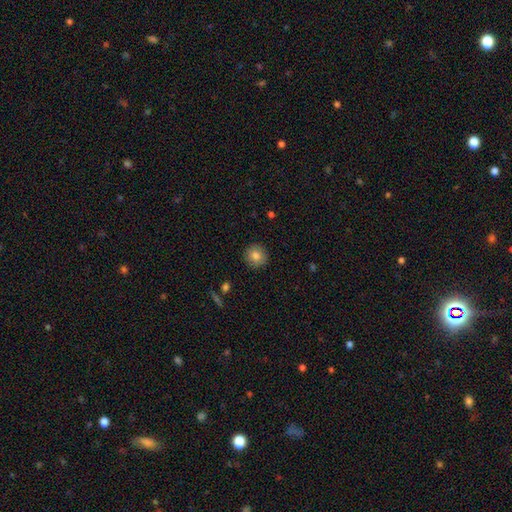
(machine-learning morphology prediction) The model was most divided on "smooth or featured": smooth: 82%, featured or disk: 9%, star or artifact: 9%. More confident: how rounded — round (93%); merging — none (91%).